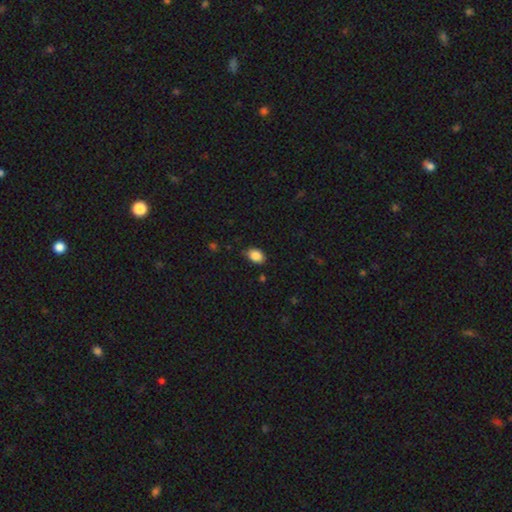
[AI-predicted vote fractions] smooth 86%, star or artifact 8%, featured or disk 5%. Down the decision tree: how rounded — in between (79%); merging — none (75%).